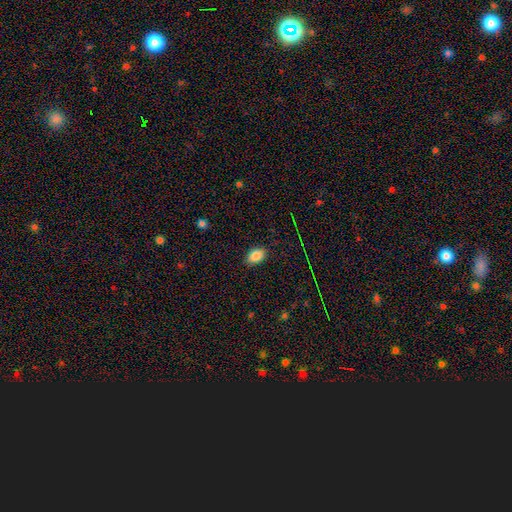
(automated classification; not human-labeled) Smooth or featured: smooth — 85% (star or artifact — 10%)
How rounded: in between — 83% (round — 16%)
Merging: none — 87% (minor disturbance — 10%)